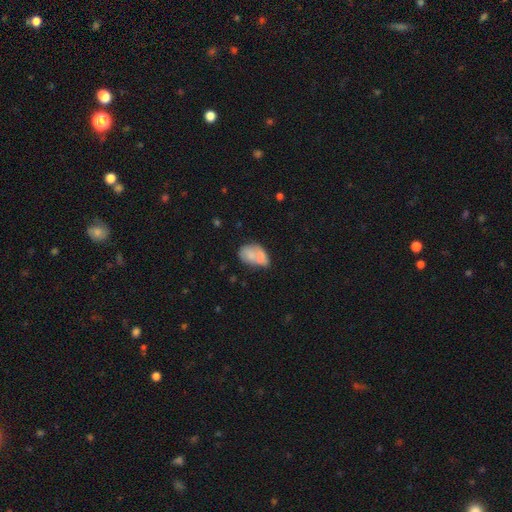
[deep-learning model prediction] Smooth or featured? Predicted: smooth (p=0.64). How rounded? Predicted: in between (p=0.81). Merging? Predicted: merger (p=0.54).